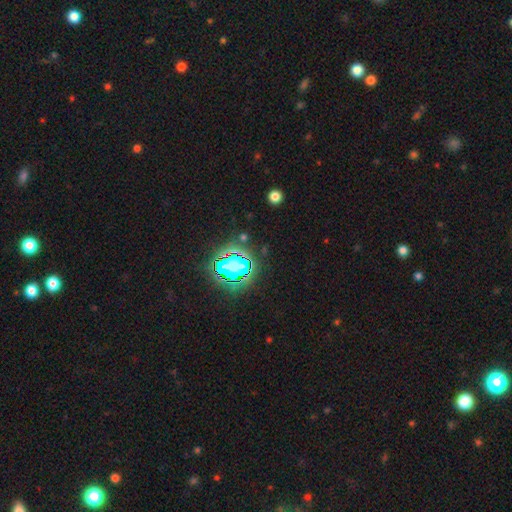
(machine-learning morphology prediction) The model was most divided on "smooth or featured": star or artifact: 78%, smooth: 13%, featured or disk: 8%.